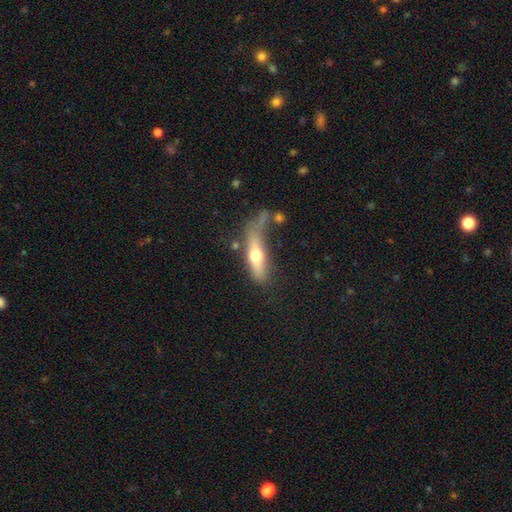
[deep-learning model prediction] Smooth or featured? Predicted: smooth (p=0.50). How rounded? Predicted: cigar-shaped (p=0.62). Merging? Predicted: none (p=0.45).